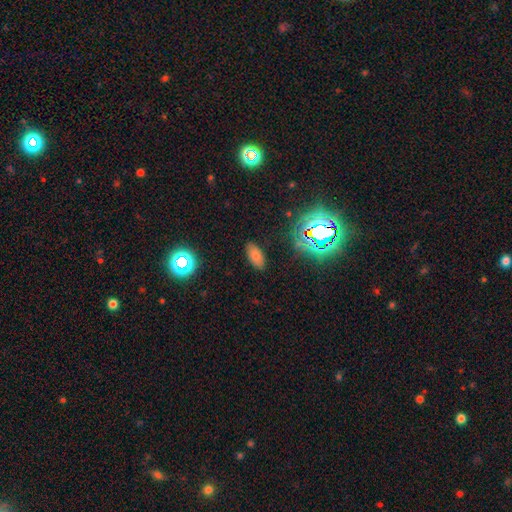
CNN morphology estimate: The model was most divided on "smooth or featured": smooth: 73%, star or artifact: 19%, featured or disk: 8%. More confident: how rounded — in between (92%); merging — none (86%).